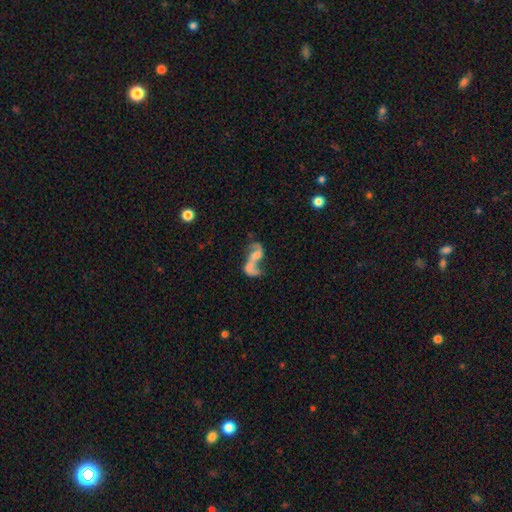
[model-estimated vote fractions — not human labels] A featured or disk galaxy (72%) with no bar (55%), 2 (76%) loose (85%) spiral arms (76%) and no central bulge (38%).

Vote fractions:
- Smooth or featured? featured or disk: 72% / smooth: 18% / star or artifact: 10%
- Edge-on disk? no: 95% / yes: 5%
- Bar? no: 55% / weak: 31% / strong: 14%
- Spiral arms? yes: 76% / no: 24%
- Spiral winding? loose: 85% / medium: 12% / tight: 3%
- Spiral arm count? 2: 76% / 1: 17% / can't tell: 4% / 3: 1% / 4: 1% / more than 4: 1%
- Bulge size? none: 38% / small: 31% / moderate: 24% / large: 5% / dominant: 2%
- Merging? merger: 43% / none: 26% / major disturbance: 20% / minor disturbance: 11%